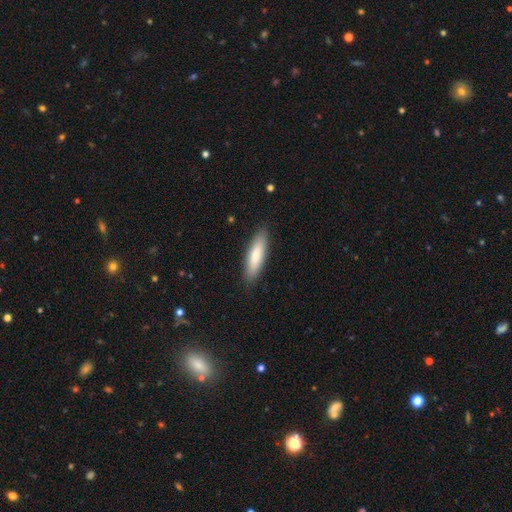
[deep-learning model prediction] Smooth or featured: smooth — 81% (featured or disk — 14%)
How rounded: cigar-shaped — 63% (in between — 36%)
Merging: none — 88% (minor disturbance — 9%)